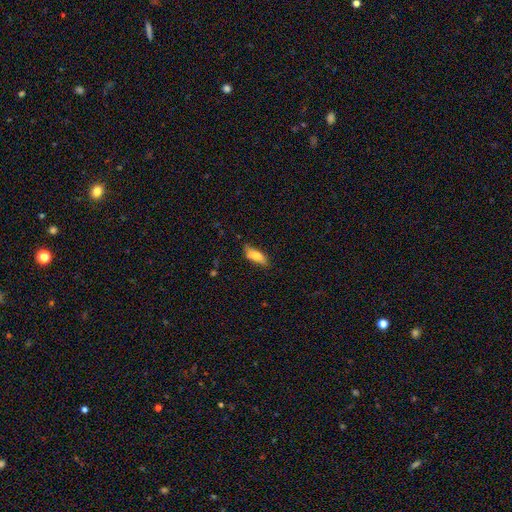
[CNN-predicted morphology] Overall: smooth (77%). How rounded: in between (69%). Merging: none (69%).